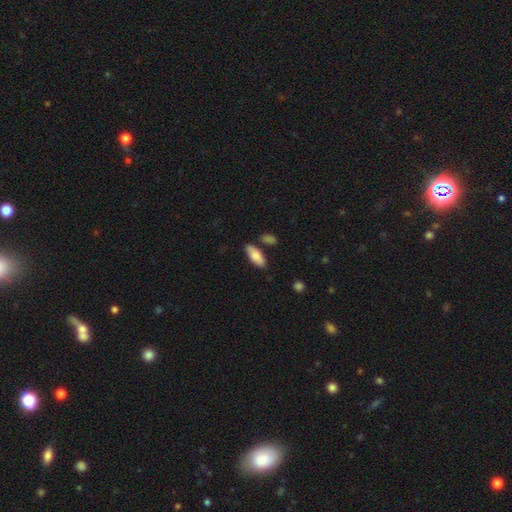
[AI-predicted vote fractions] smooth 83%, featured or disk 11%, star or artifact 6%. Down the decision tree: how rounded — in between (80%); merging — none (75%).